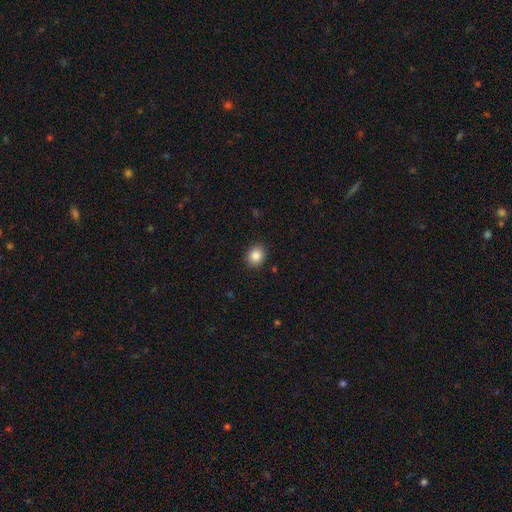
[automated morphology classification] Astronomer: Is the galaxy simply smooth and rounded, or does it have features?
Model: smooth — 86%.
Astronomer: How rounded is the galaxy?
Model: round — 71%.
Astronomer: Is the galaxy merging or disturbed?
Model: none — 90%.